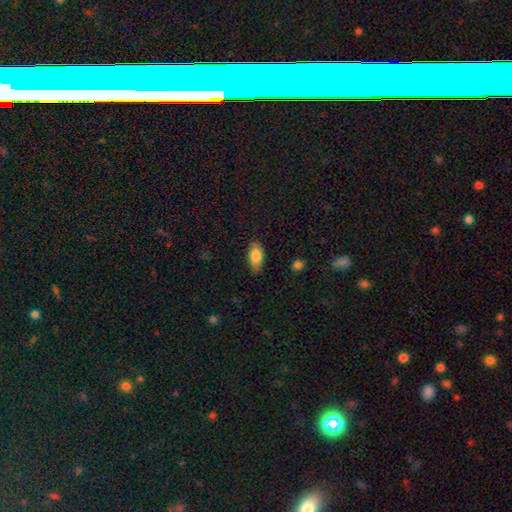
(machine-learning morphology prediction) Smooth or featured: smooth — 82% (featured or disk — 11%)
How rounded: in between — 89% (cigar-shaped — 8%)
Merging: none — 84% (minor disturbance — 13%)